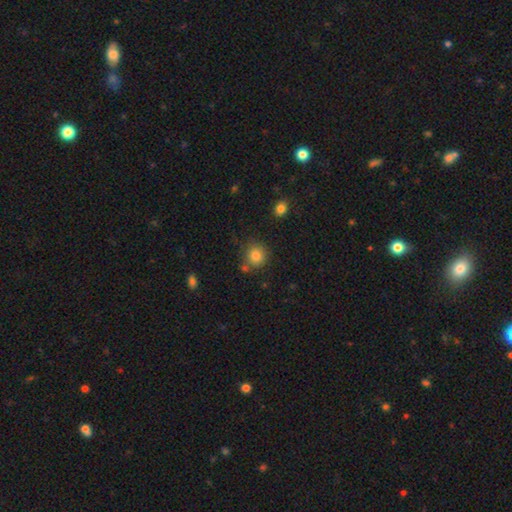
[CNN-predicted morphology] smooth 83%, star or artifact 11%, featured or disk 6%. Down the decision tree: how rounded — round (88%); merging — none (75%).